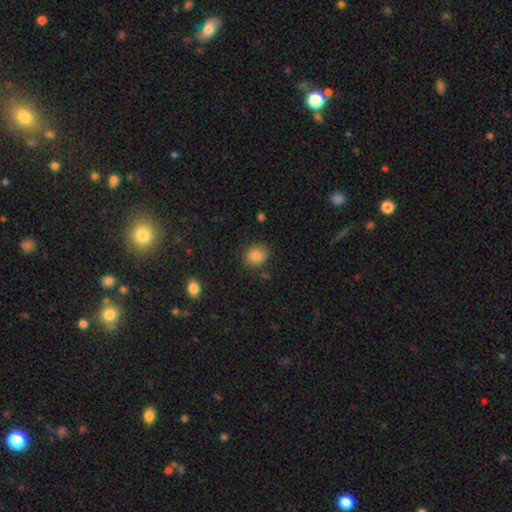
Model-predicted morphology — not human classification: smooth-or-featured: smooth: 85% | star or artifact: 10% | featured or disk: 6%
  how-rounded: round: 70% | in between: 30% | cigar-shaped: 1%
  merging: none: 81% | minor disturbance: 13% | major disturbance: 4% | merger: 2%